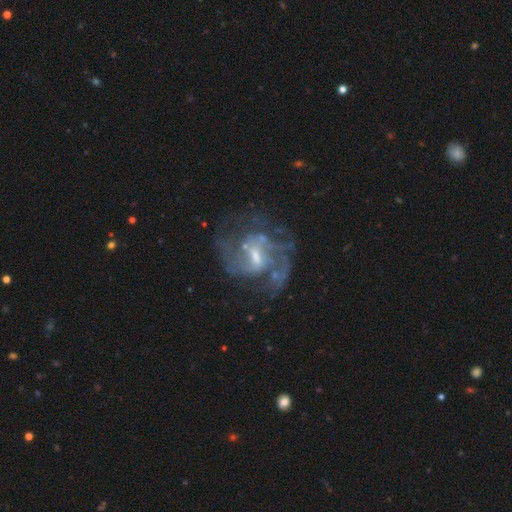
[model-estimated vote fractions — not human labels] smooth_or_featured: featured or disk (p=0.84) [alt: star or artifact p=0.09]
disk_edge_on: no (p=0.98) [alt: yes p=0.02]
bar: weak (p=0.57) [alt: no p=0.26]
has_spiral_arms: yes (p=0.89) [alt: no p=0.11]
spiral_winding: medium (p=0.50) [alt: loose p=0.26]
spiral_arm_count: 2 (p=0.50) [alt: can't tell p=0.22]
bulge_size: small (p=0.48) [alt: moderate p=0.39]
merging: none (p=0.56) [alt: major disturbance p=0.22]